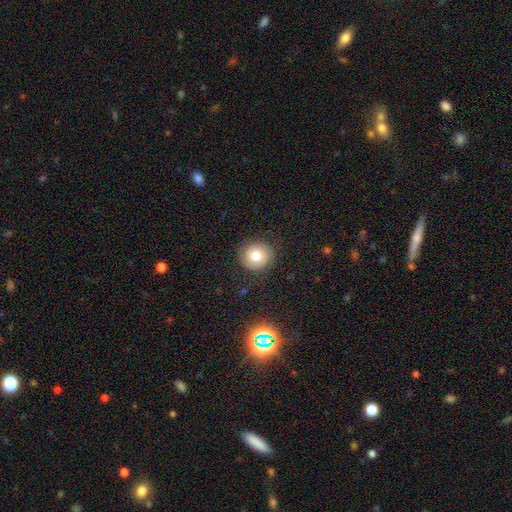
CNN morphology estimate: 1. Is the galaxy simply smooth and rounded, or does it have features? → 73% smooth, 17% featured or disk, 10% star or artifact.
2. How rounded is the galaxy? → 89% round, 11% in between, 1% cigar-shaped.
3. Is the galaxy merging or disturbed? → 85% none, 10% minor disturbance, 4% major disturbance, 1% merger.